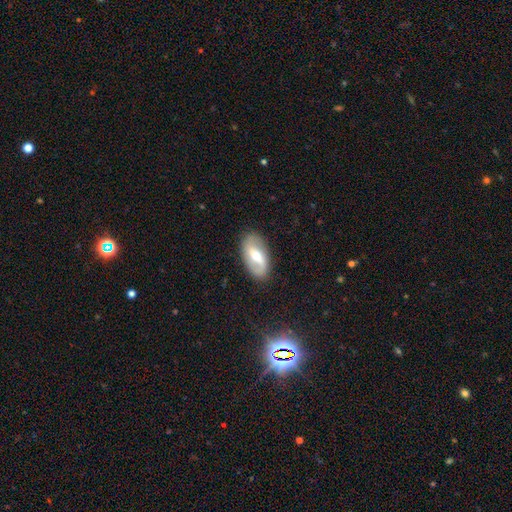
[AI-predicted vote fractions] Overall: featured or disk (63%; smooth 31%). Edge-on disk: no (92%). Bar: weak (42%; strong 35%). Spiral arms: yes (72%). Bulge size: moderate (61%; small 32%). Merging: none (85%).